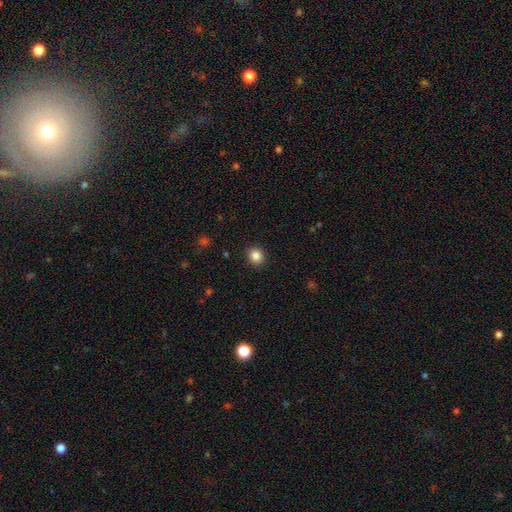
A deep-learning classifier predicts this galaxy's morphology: smooth-or-featured: smooth: 85% | star or artifact: 11% | featured or disk: 4%
  how-rounded: round: 81% | in between: 18% | cigar-shaped: 1%
  merging: none: 90% | minor disturbance: 7% | major disturbance: 2% | merger: 1%